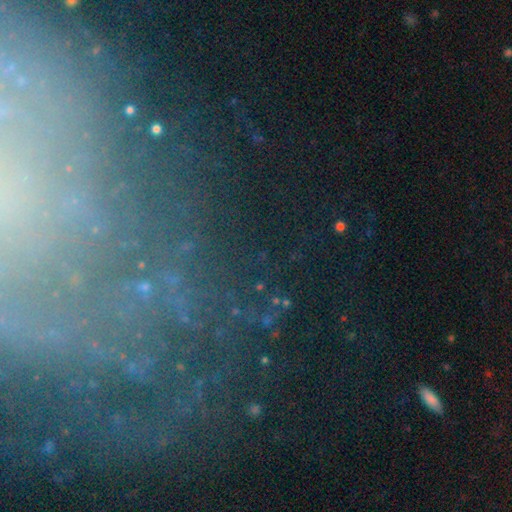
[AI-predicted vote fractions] Smooth or featured: star or artifact — 48% (featured or disk — 35%)